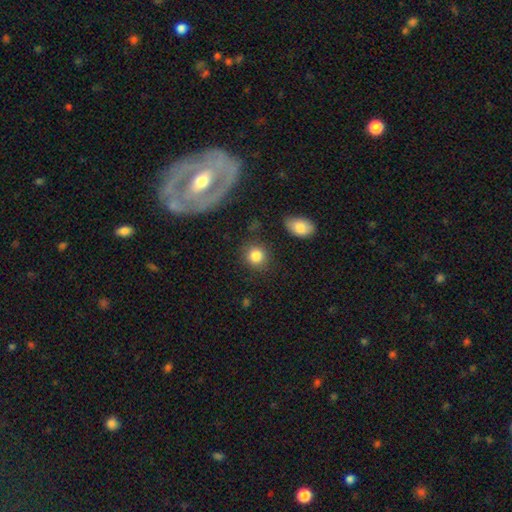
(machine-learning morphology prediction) This is clearly a smooth galaxy (85%). How rounded: clearly round (84%). Merging: clearly none (84%).